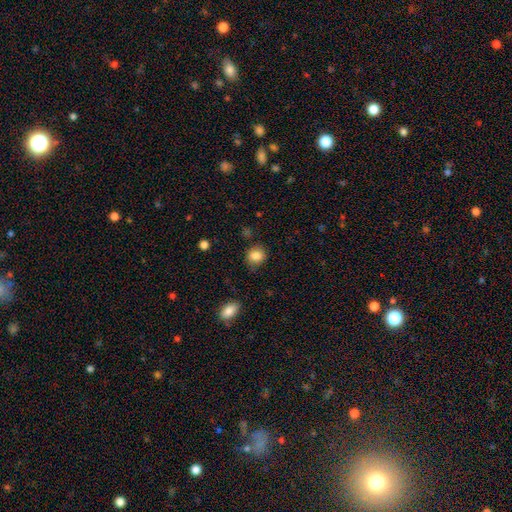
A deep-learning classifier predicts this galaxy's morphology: Q: Smooth or featured?
A: smooth (85%); runner-up: star or artifact (9%)
Q: How rounded?
A: round (74%); runner-up: in between (25%)
Q: Merging?
A: none (76%); runner-up: minor disturbance (18%)